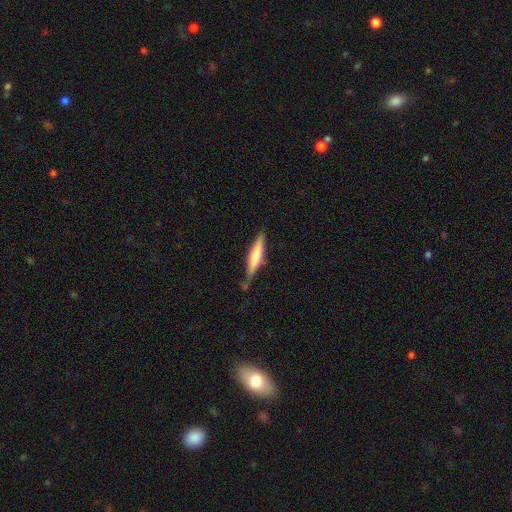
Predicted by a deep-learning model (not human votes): A smooth galaxy with no disk features (56%) that is cigar-shaped (86%). Merging: none (72%).